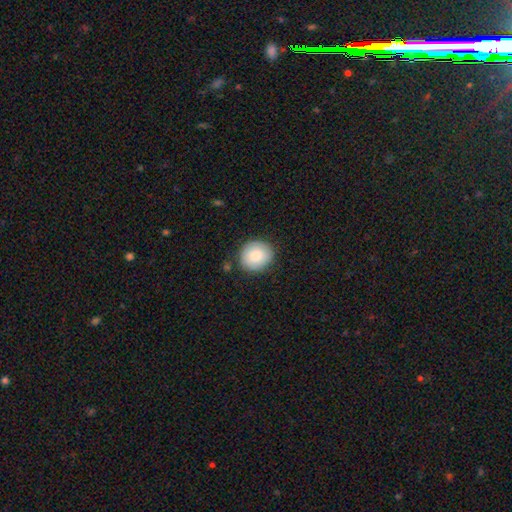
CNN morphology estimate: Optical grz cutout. It shows a smooth galaxy with no disk features (83%) that is round (84%). Merging: none (85%).